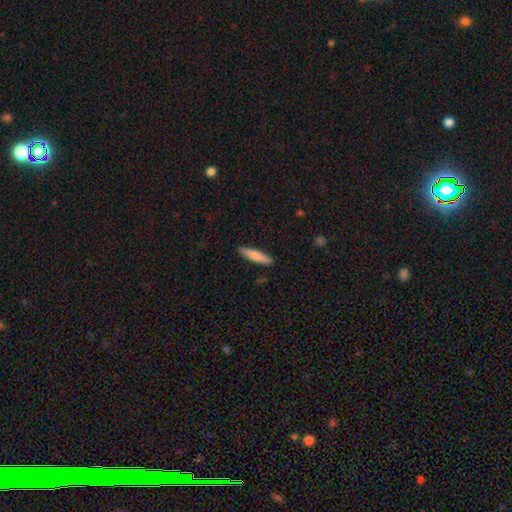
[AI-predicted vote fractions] Smooth or featured? smooth (77%)
How rounded? cigar-shaped (84%)
Merging? none (90%)